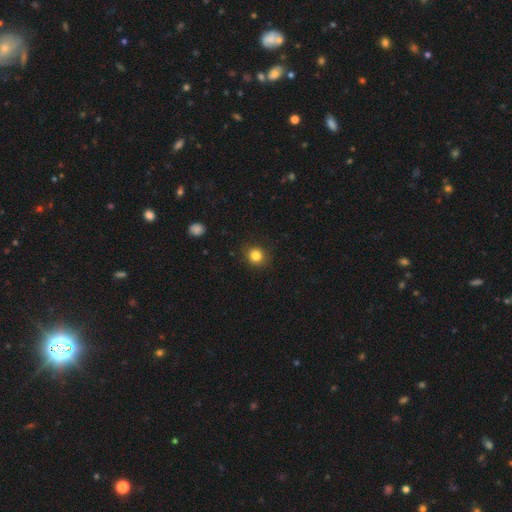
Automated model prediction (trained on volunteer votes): Q: Smooth or featured?
A: smooth (84%); runner-up: star or artifact (12%)
Q: How rounded?
A: round (85%); runner-up: in between (14%)
Q: Merging?
A: none (89%); runner-up: minor disturbance (8%)